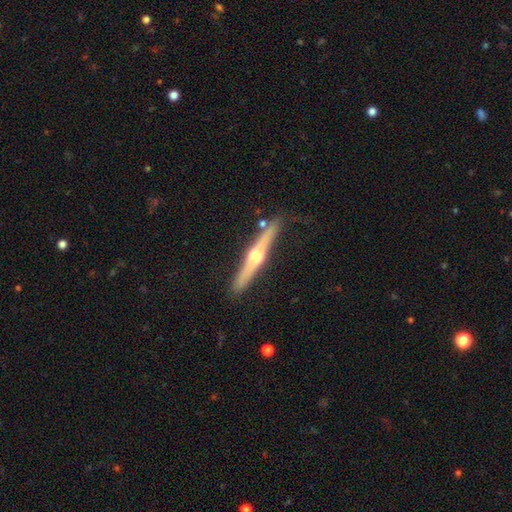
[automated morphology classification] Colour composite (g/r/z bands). It shows a featured or disk galaxy (72%) viewed edge-on (97%) with a rounded central bulge (92%). Merging: none (84%).